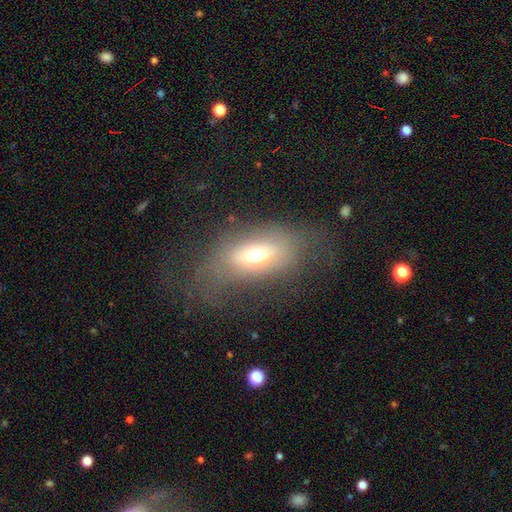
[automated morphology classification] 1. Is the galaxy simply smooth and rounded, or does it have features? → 57% smooth, 31% featured or disk, 12% star or artifact.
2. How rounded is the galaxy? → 81% in between, 12% round, 7% cigar-shaped.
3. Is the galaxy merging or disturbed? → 50% none, 26% major disturbance, 22% minor disturbance, 2% merger.